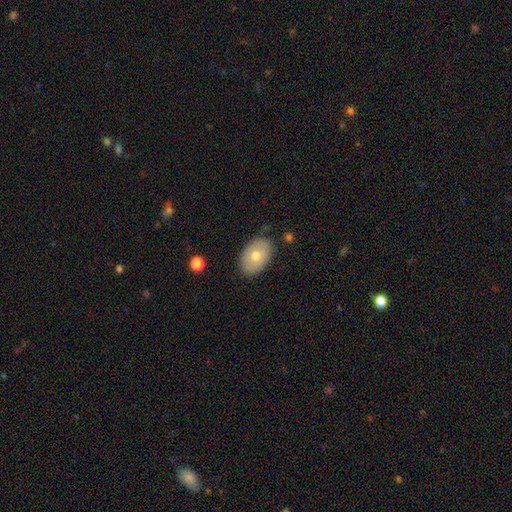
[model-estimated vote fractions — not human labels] Smooth or featured? smooth (68%)
How rounded? in between (87%)
Merging? none (86%)